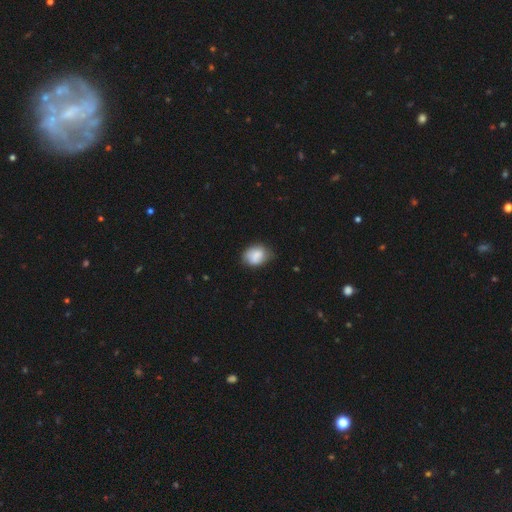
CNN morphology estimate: The model was most divided on "merging": none: 60%, minor disturbance: 31%, major disturbance: 6%, merger: 3%. More confident: smooth or featured — smooth (78%); how rounded — in between (65%).